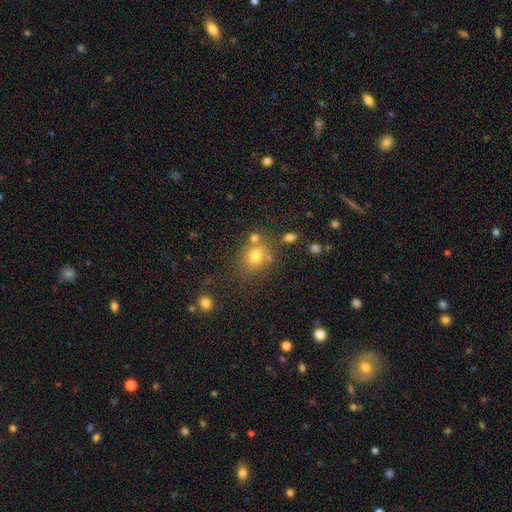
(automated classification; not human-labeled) Smooth or featured?
  - smooth: 72% *
  - star or artifact: 16%
  - featured or disk: 11%
How rounded?
  - round: 66% *
  - in between: 33%
  - cigar-shaped: 1%
Merging?
  - none: 69% *
  - merger: 14%
  - minor disturbance: 13%
  - major disturbance: 5%